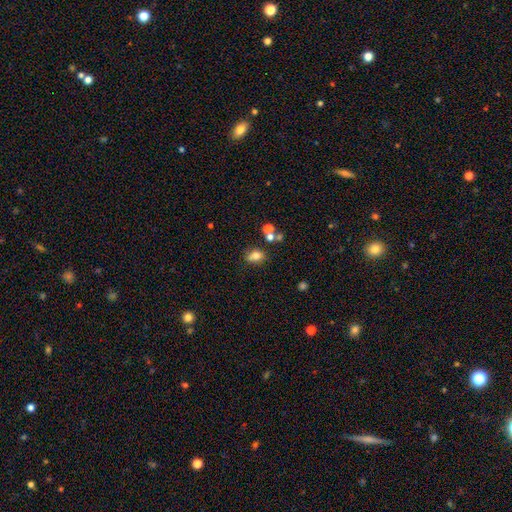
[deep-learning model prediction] Morphology: type=smooth (74%); roundness=in between (61%); merging=none (57%).